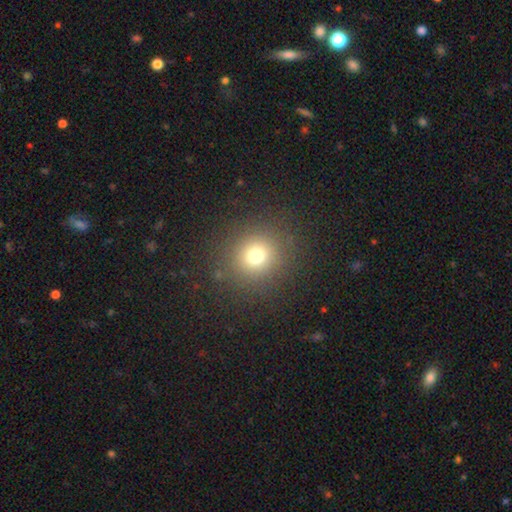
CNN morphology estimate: This appears to be a smooth galaxy with no disk features (72%) that is round (87%). Merging: none (87%).